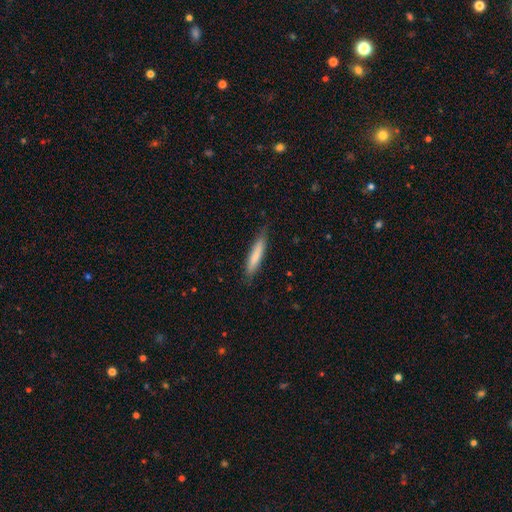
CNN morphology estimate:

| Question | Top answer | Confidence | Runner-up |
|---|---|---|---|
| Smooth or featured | smooth | 78% | featured or disk (16%) |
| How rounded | cigar-shaped | 89% | in between (10%) |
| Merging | none | 83% | minor disturbance (14%) |